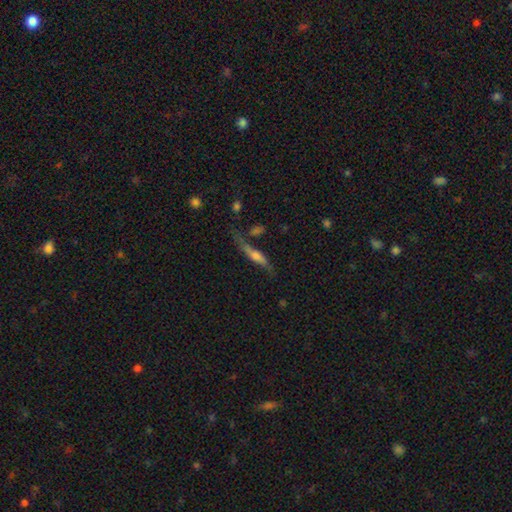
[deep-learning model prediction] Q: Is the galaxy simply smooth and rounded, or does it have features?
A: featured or disk — 56%.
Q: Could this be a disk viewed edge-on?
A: yes — 81%.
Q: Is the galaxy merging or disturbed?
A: none — 56%.